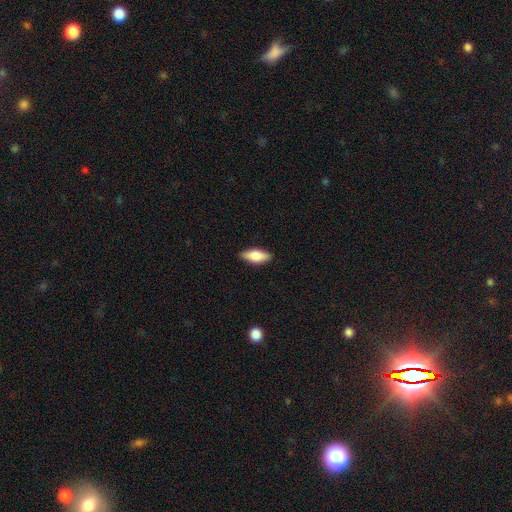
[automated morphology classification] A smooth galaxy with no disk features (75%) that is in between round and cigar-shaped (77%).

Vote fractions:
- Smooth or featured? smooth: 75% / featured or disk: 19% / star or artifact: 6%
- How rounded? in between: 77% / cigar-shaped: 21% / round: 3%
- Merging? none: 87% / minor disturbance: 10% / major disturbance: 2% / merger: 1%